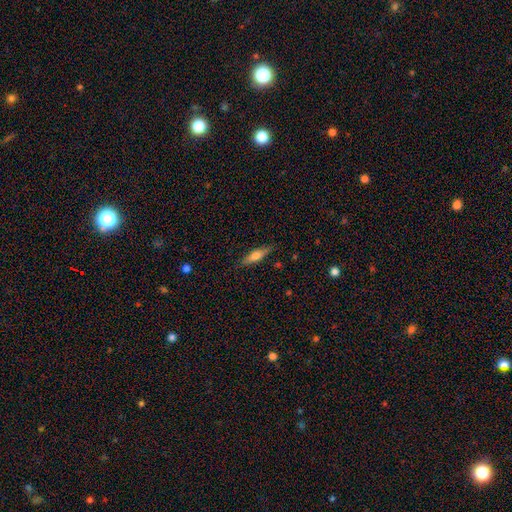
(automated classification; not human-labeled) A smooth galaxy with no disk features (48%).

Vote fractions:
- Smooth or featured? smooth: 48% / featured or disk: 45% / star or artifact: 6%
- Merging? none: 87% / minor disturbance: 10% / major disturbance: 2% / merger: 1%